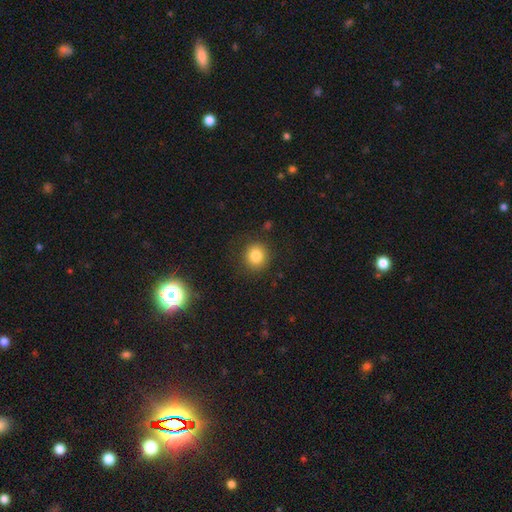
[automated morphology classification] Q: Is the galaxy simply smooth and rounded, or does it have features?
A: smooth — 83%.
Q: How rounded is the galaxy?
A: round — 86%.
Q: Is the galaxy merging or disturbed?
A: none — 87%.